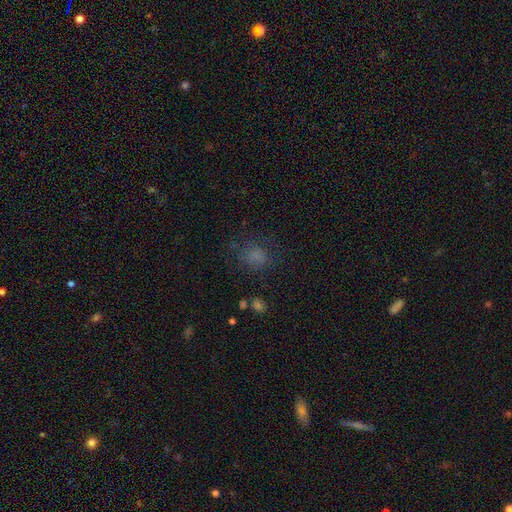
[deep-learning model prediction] Overall: smooth (72%). How rounded: round (71%). Merging: none (71%).